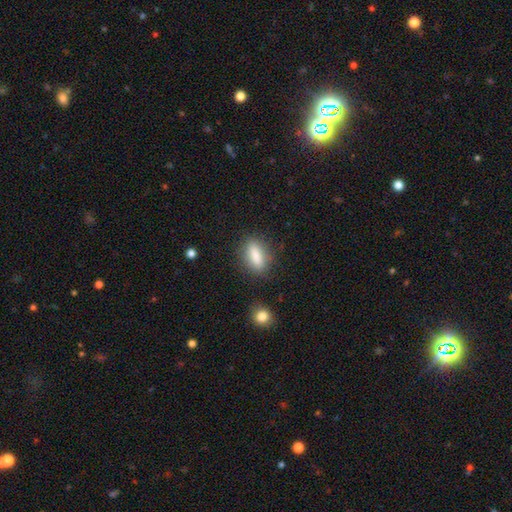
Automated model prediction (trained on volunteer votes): This appears to be a smooth galaxy with no disk features (83%) that is in between round and cigar-shaped (68%). Merging: none (81%).